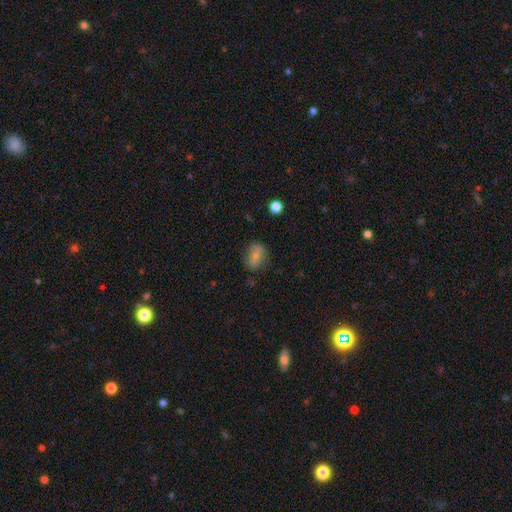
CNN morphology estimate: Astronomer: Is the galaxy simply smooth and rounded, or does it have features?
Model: smooth — 69%.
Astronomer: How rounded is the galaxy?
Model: in between — 75%.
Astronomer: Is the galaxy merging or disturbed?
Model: none — 72%.